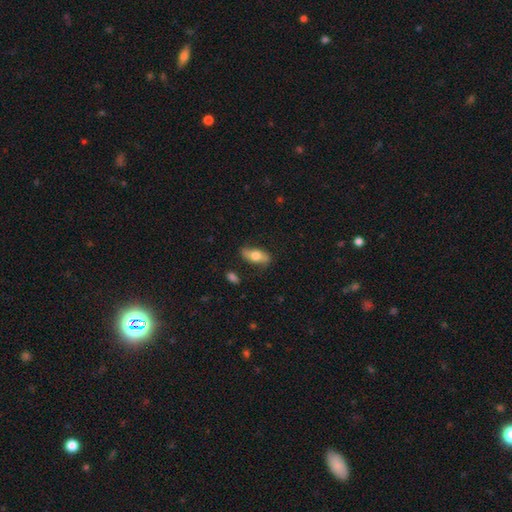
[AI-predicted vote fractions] A smooth galaxy with no disk features (65%) that is in between round and cigar-shaped (78%).

Vote fractions:
- Smooth or featured? smooth: 65% / featured or disk: 29% / star or artifact: 6%
- How rounded? in between: 78% / cigar-shaped: 18% / round: 4%
- Merging? none: 81% / minor disturbance: 14% / major disturbance: 3% / merger: 2%